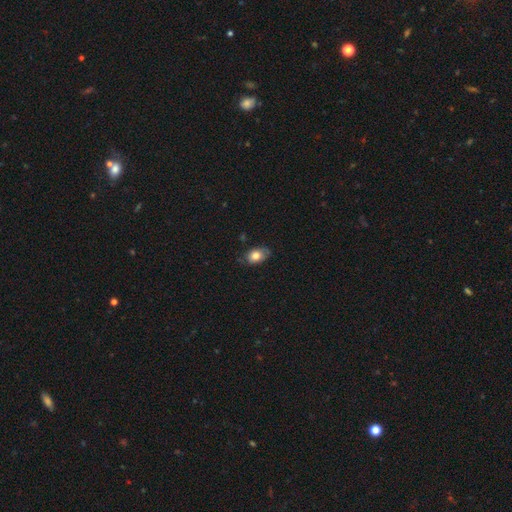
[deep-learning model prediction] Smooth or featured? smooth (78%)
How rounded? in between (83%)
Merging? none (70%)